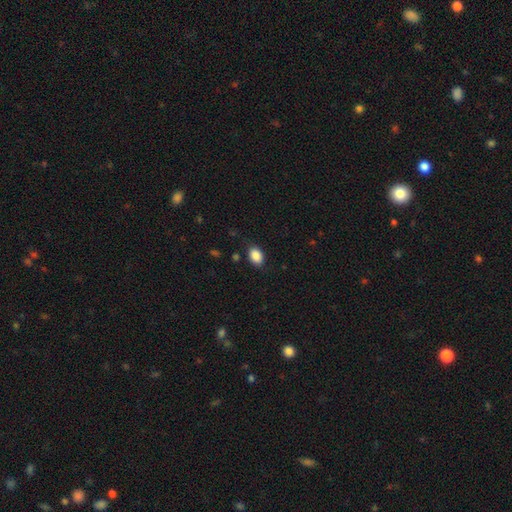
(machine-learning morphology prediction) The model was most divided on "how rounded": in between: 82%, round: 17%, cigar-shaped: 1%. More confident: smooth or featured — smooth (88%); merging — none (83%).